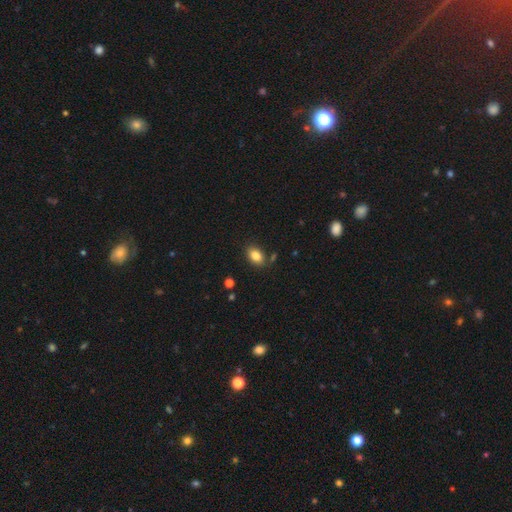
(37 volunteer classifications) A smooth galaxy with no disk features (86%) that is in between round and cigar-shaped (78%). Merging: none (73%).